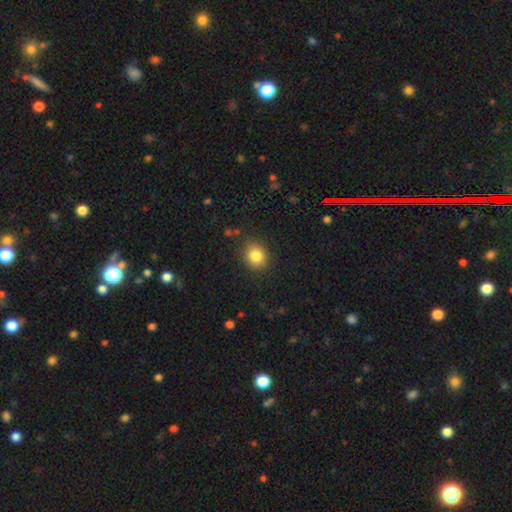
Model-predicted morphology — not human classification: Smooth or featured: smooth — 83% (star or artifact — 11%)
How rounded: round — 67% (in between — 32%)
Merging: none — 87% (minor disturbance — 9%)